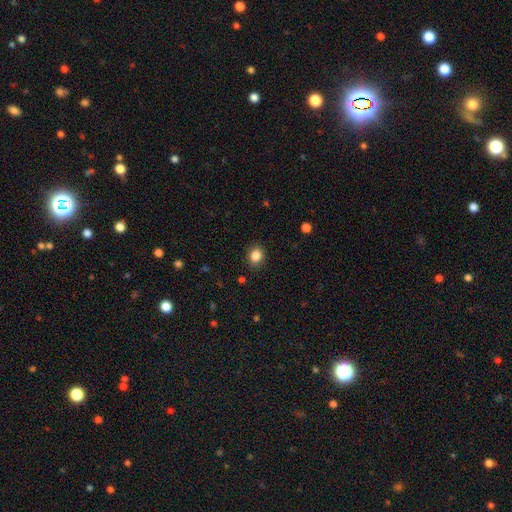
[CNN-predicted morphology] Q: Smooth or featured?
A: smooth (86%); runner-up: star or artifact (10%)
Q: How rounded?
A: round (63%); runner-up: in between (36%)
Q: Merging?
A: none (88%); runner-up: minor disturbance (9%)